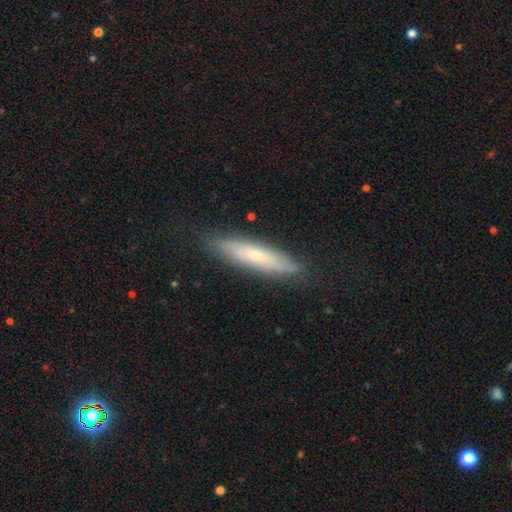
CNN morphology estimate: The model was most divided on "smooth or featured": smooth: 50%, featured or disk: 43%, star or artifact: 7%. More confident: merging — none (83%); how rounded — cigar-shaped (79%).